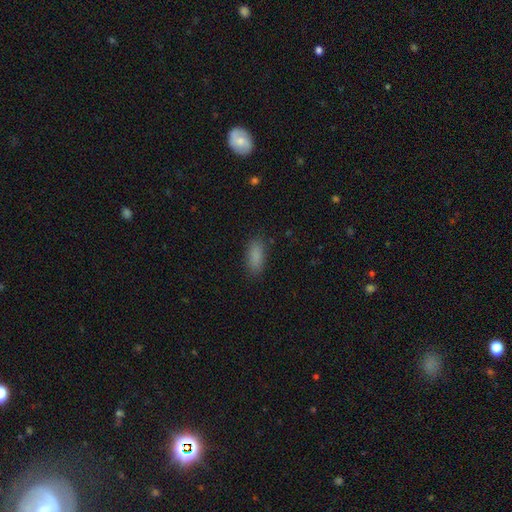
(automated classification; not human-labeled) This is clearly a smooth galaxy (87%). How rounded: likely in between (77%). Merging: clearly none (86%).